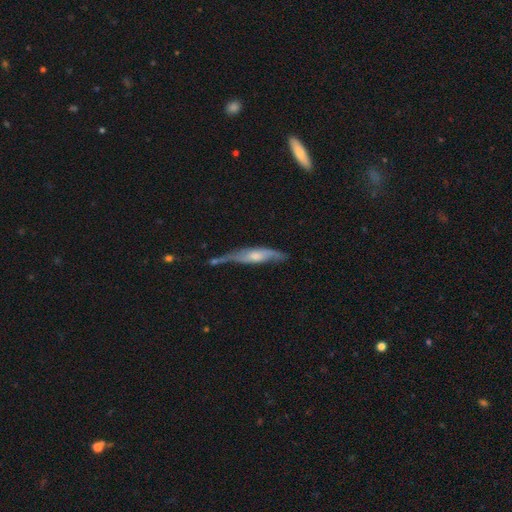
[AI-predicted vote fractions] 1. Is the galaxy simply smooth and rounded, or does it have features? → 61% featured or disk, 33% smooth, 6% star or artifact.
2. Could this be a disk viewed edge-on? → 66% yes, 34% no.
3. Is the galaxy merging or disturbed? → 42% none, 30% minor disturbance, 16% major disturbance, 11% merger.